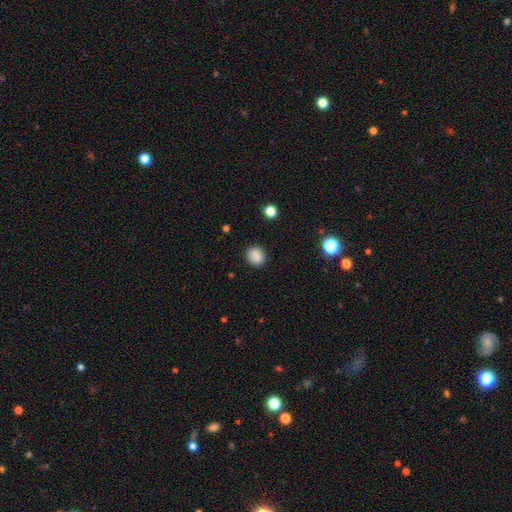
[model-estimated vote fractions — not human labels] Smooth or featured? Predicted: smooth (p=0.87). How rounded? Predicted: round (p=0.85). Merging? Predicted: none (p=0.90).